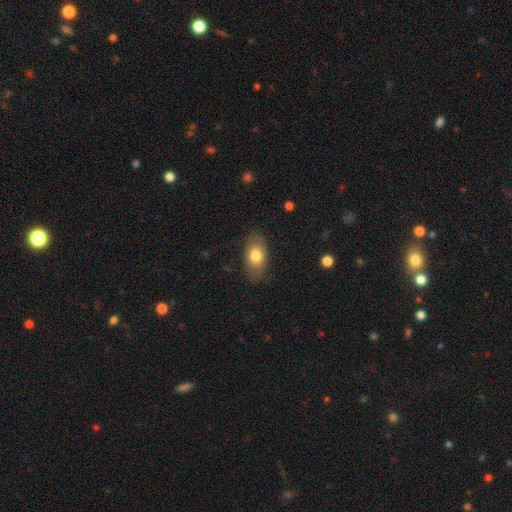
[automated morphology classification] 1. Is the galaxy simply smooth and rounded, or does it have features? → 75% smooth, 19% featured or disk, 7% star or artifact.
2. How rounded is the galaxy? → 89% in between, 8% round, 3% cigar-shaped.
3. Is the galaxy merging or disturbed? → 80% none, 15% minor disturbance, 4% major disturbance, 1% merger.